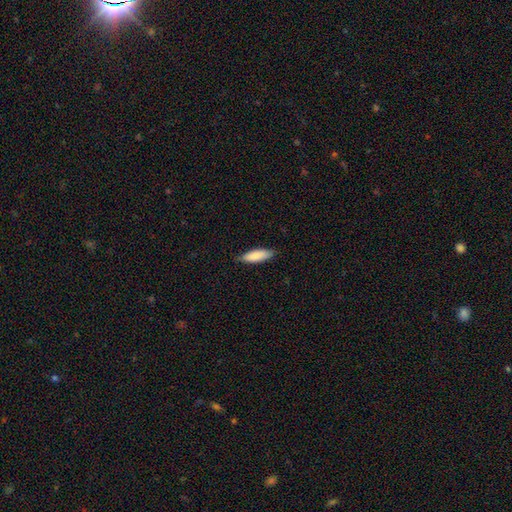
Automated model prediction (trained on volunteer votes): smooth-or-featured: smooth: 84% | featured or disk: 11% | star or artifact: 5%
  how-rounded: in between: 54% | cigar-shaped: 45% | round: 2%
  merging: none: 80% | minor disturbance: 17% | major disturbance: 2% | merger: 1%